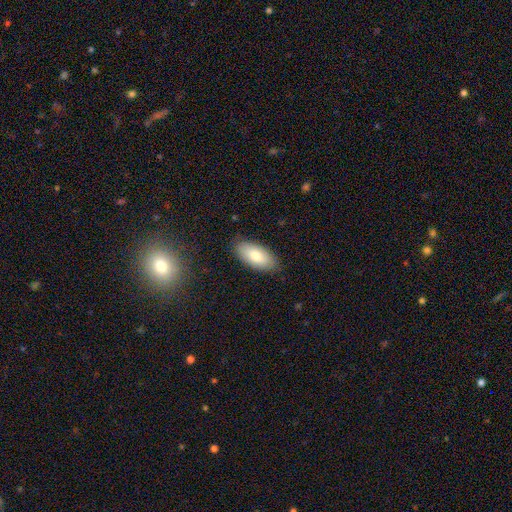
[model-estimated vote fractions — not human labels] Overall: smooth (79%). How rounded: in between (92%). Merging: none (86%).